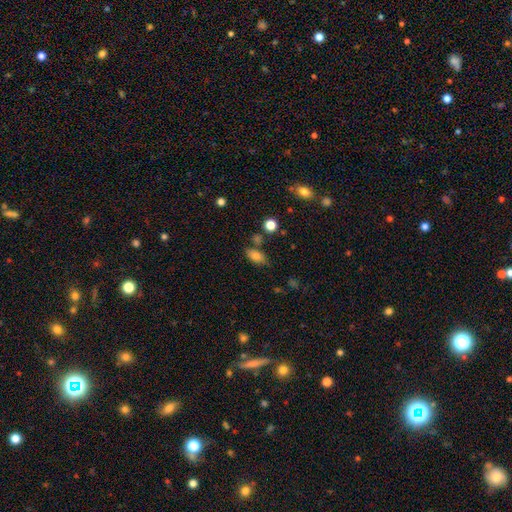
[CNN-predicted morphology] This appears to be a smooth galaxy with no disk features (79%) that is in between round and cigar-shaped (84%). Merging: none (68%).